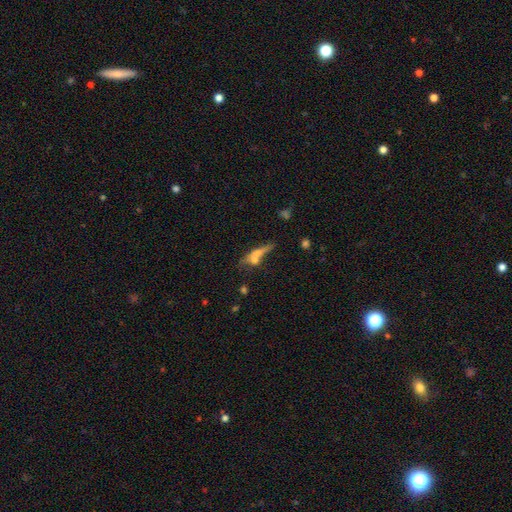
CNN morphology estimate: Smooth or featured? Predicted: smooth (p=0.52). How rounded? Predicted: cigar-shaped (p=0.67). Merging? Predicted: none (p=0.39).